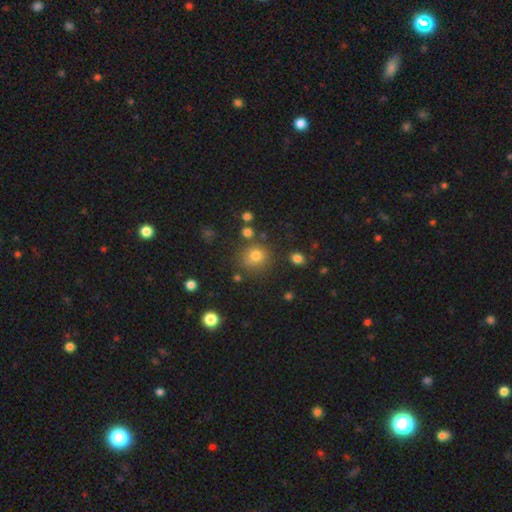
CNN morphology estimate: smooth_or_featured: smooth (p=0.76) [alt: star or artifact p=0.16]
how_rounded: round (p=0.86) [alt: in between p=0.13]
merging: none (p=0.76) [alt: minor disturbance p=0.13]